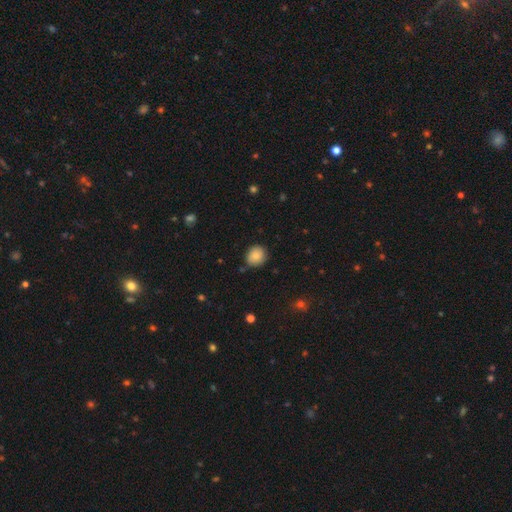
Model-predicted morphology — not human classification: Overall: smooth (84%). How rounded: round (81%). Merging: none (81%).